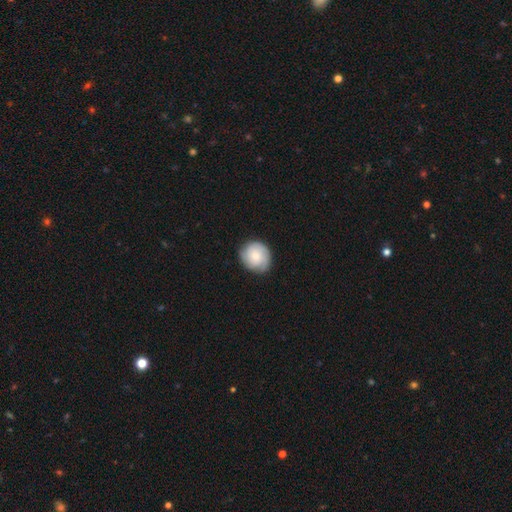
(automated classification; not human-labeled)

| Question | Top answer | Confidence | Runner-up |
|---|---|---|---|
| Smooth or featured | smooth | 56% | featured or disk (37%) |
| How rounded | round | 83% | in between (16%) |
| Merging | none | 80% | minor disturbance (16%) |